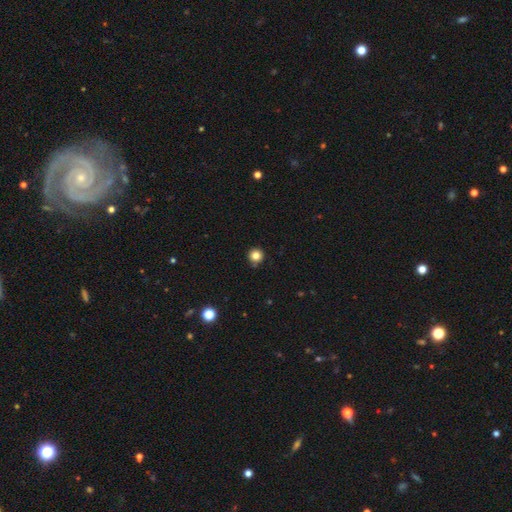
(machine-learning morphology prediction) Smooth or featured: smooth — 83% (star or artifact — 12%)
How rounded: round — 95% (in between — 4%)
Merging: none — 89% (minor disturbance — 7%)